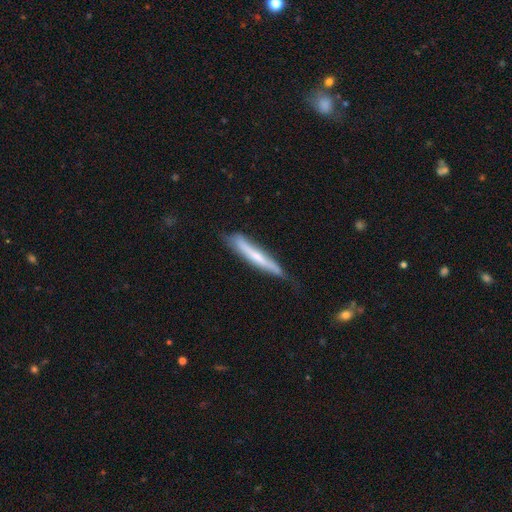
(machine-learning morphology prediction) featured or disk 50%, smooth 41%, star or artifact 9%. Down the decision tree: merging — none (77%).